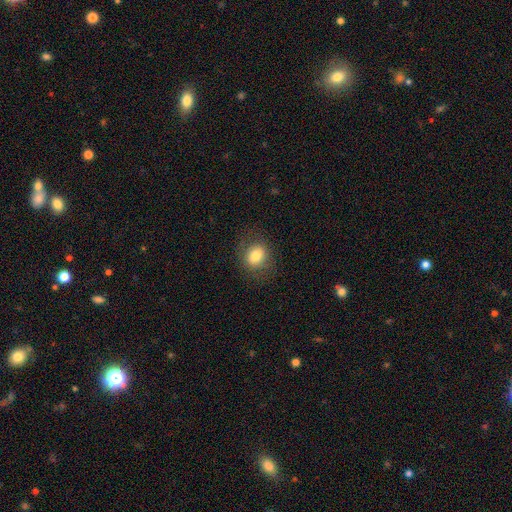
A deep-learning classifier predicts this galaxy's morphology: Smooth or featured? Predicted: smooth (p=0.80). How rounded? Predicted: round (p=0.62). Merging? Predicted: none (p=0.81).